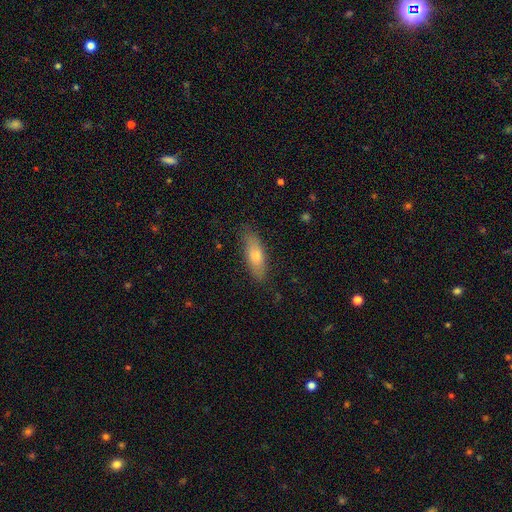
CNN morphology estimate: smooth_or_featured: smooth (p=0.66) [alt: featured or disk p=0.28]
how_rounded: in between (p=0.52) [alt: cigar-shaped p=0.45]
merging: none (p=0.81) [alt: minor disturbance p=0.15]